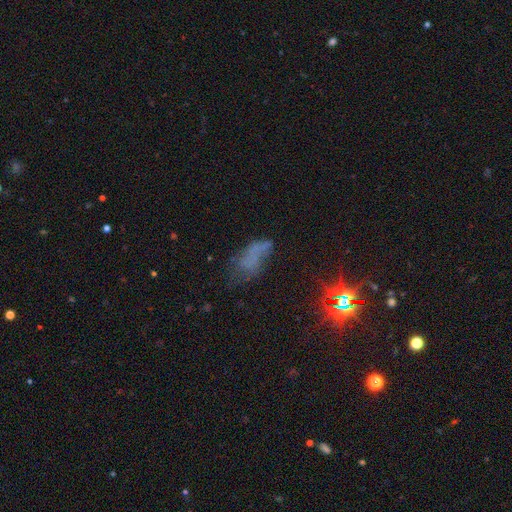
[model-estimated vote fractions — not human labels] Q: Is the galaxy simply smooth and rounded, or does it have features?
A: smooth — 37%.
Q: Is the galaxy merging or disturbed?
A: none — 38%.